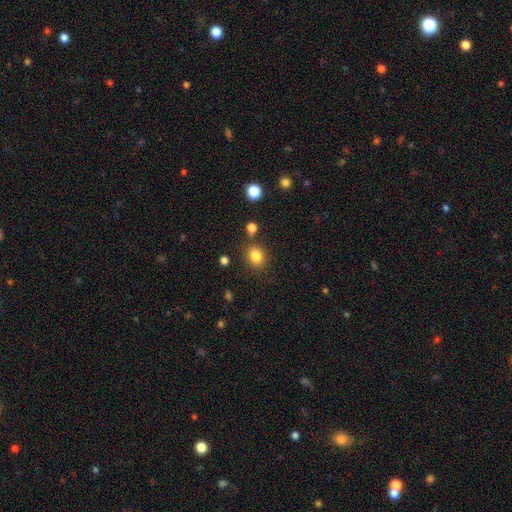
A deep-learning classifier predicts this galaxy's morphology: The model was most divided on "how rounded": round: 58%, in between: 41%, cigar-shaped: 1%. More confident: smooth or featured — smooth (83%); merging — none (81%).